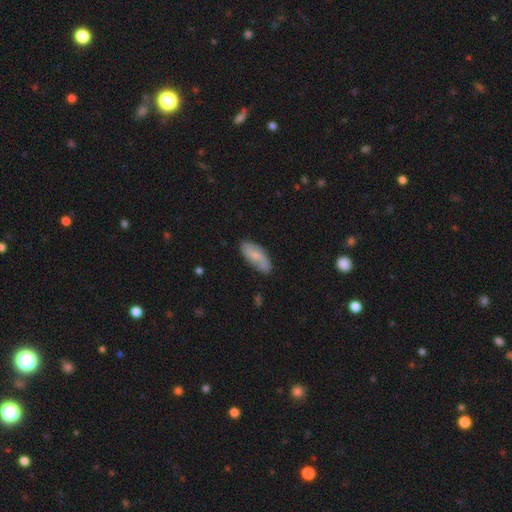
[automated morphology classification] Smooth or featured: smooth — 49% (featured or disk — 45%)
Merging: none — 78% (minor disturbance — 17%)